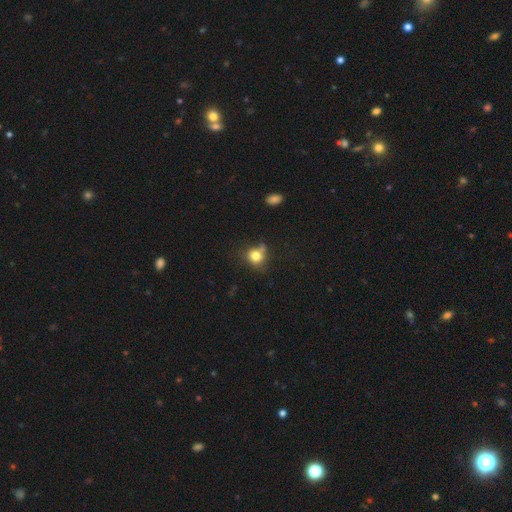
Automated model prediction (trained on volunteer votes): Smooth or featured: smooth — 77% (star or artifact — 12%)
How rounded: round — 72% (in between — 27%)
Merging: none — 54% (minor disturbance — 25%)